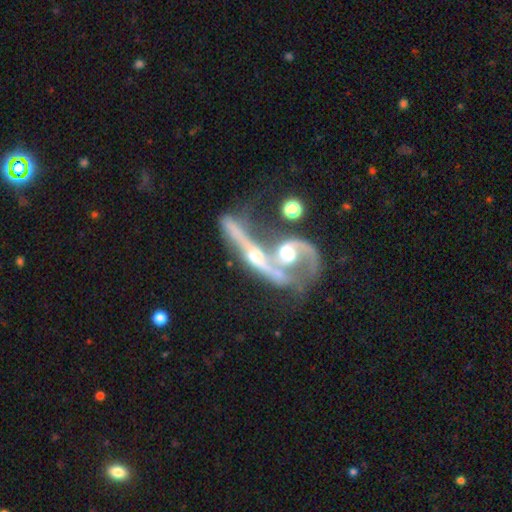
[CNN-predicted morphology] A featured or disk galaxy (78%) with no bar (62%), spiral arms (77%) and a moderate central bulge (62%). Merging: merger (71%).